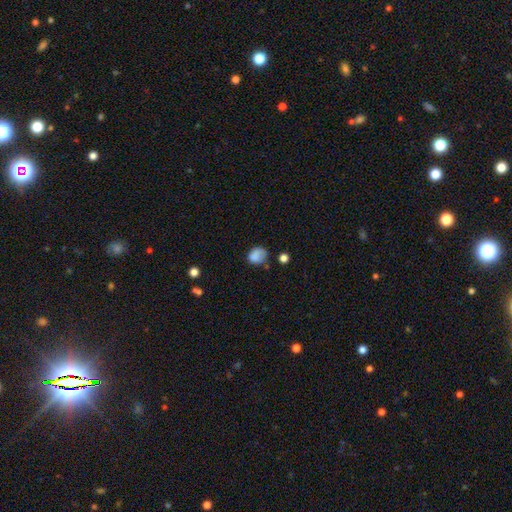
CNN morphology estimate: A smooth galaxy with no disk features (81%) that is round (53%). Merging: none (54%).